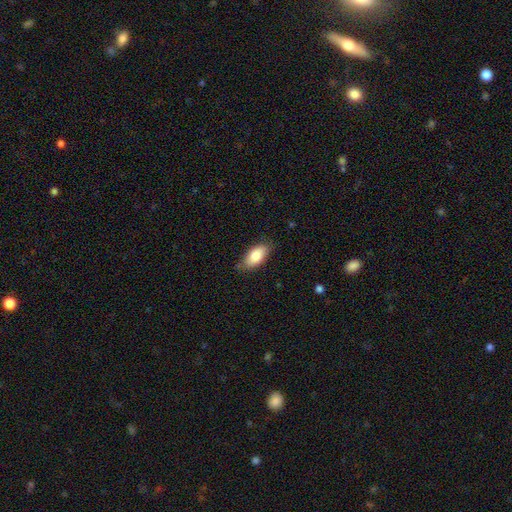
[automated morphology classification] A smooth galaxy with no disk features (83%) that is in between round and cigar-shaped (91%). Merging: none (78%).